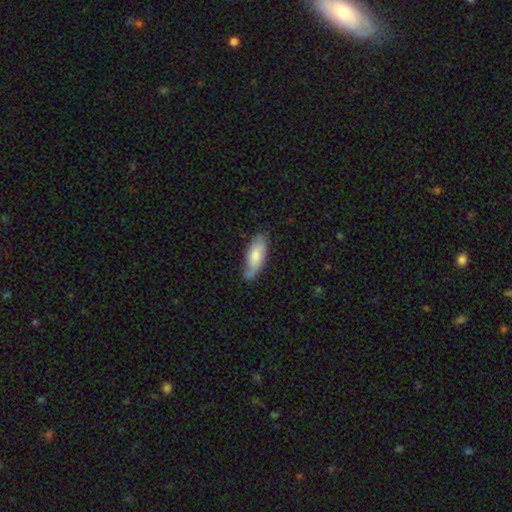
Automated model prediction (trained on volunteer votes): smooth_or_featured: smooth (p=0.71) [alt: featured or disk p=0.24]
how_rounded: in between (p=0.77) [alt: cigar-shaped p=0.21]
merging: none (p=0.63) [alt: minor disturbance p=0.27]